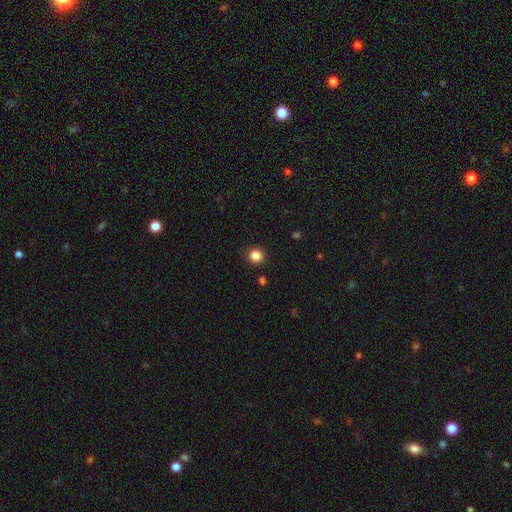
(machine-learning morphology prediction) smooth 85%, star or artifact 11%, featured or disk 3%. Down the decision tree: how rounded — round (92%); merging — none (91%).